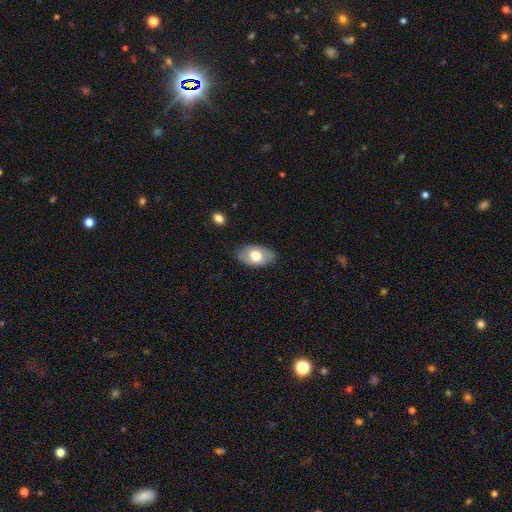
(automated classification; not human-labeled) A smooth galaxy with no disk features (66%) that is in between round and cigar-shaped (92%). Merging: none (82%).